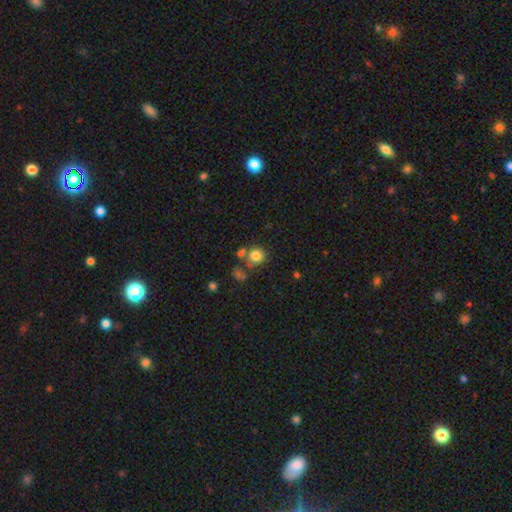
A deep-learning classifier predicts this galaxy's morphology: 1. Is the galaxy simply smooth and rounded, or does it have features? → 80% smooth, 12% star or artifact, 8% featured or disk.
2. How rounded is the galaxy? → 85% round, 14% in between, 1% cigar-shaped.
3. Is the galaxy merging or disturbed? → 62% none, 19% merger, 13% minor disturbance, 6% major disturbance.